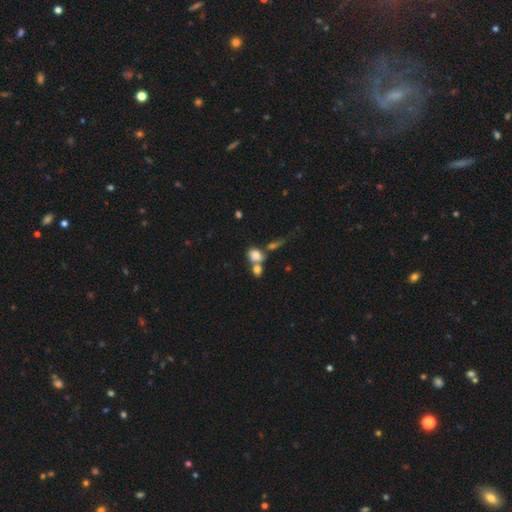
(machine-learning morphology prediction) Smooth or featured? Predicted: smooth (p=0.76). How rounded? Predicted: in between (p=0.52). Merging? Predicted: merger (p=0.51).